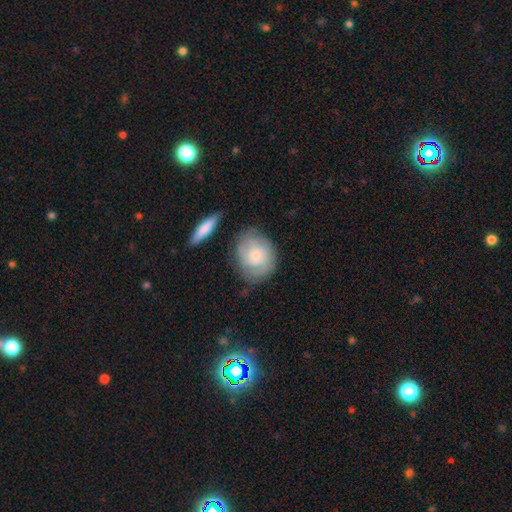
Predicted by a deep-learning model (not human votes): Smooth or featured?
  - featured or disk: 52% *
  - smooth: 41%
  - star or artifact: 7%
Edge-on disk?
  - no: 96% *
  - yes: 4%
Bar?
  - no: 74% *
  - weak: 23%
  - strong: 3%
Spiral arms?
  - yes: 85% *
  - no: 15%
Bulge size?
  - small: 62% *
  - moderate: 29%
  - none: 4%
  - large: 3%
  - dominant: 1%
Merging?
  - none: 70% *
  - minor disturbance: 19%
  - major disturbance: 7%
  - merger: 4%